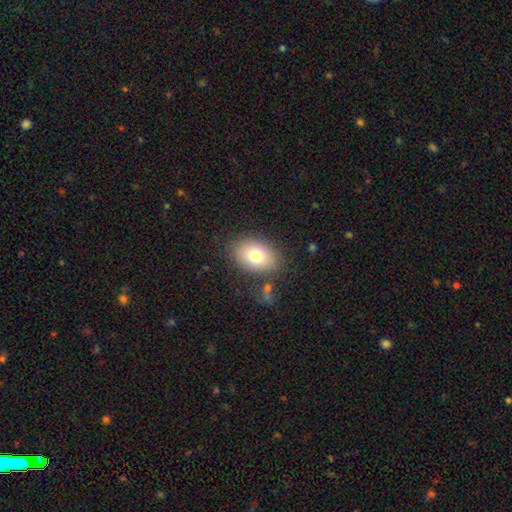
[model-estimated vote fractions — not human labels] A smooth galaxy with no disk features (77%) that is in between round and cigar-shaped (80%).

Vote fractions:
- Smooth or featured? smooth: 77% / featured or disk: 14% / star or artifact: 9%
- How rounded? in between: 80% / round: 19% / cigar-shaped: 1%
- Merging? none: 81% / minor disturbance: 11% / major disturbance: 4% / merger: 4%